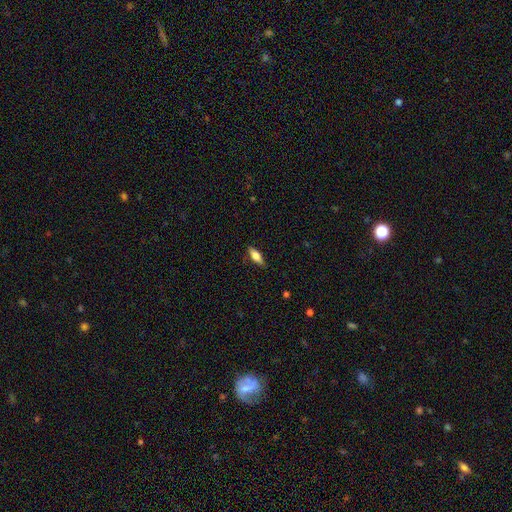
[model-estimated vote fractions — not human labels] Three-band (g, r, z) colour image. It shows a smooth galaxy with no disk features (67%) that is in between round and cigar-shaped (65%). Merging: none (85%).